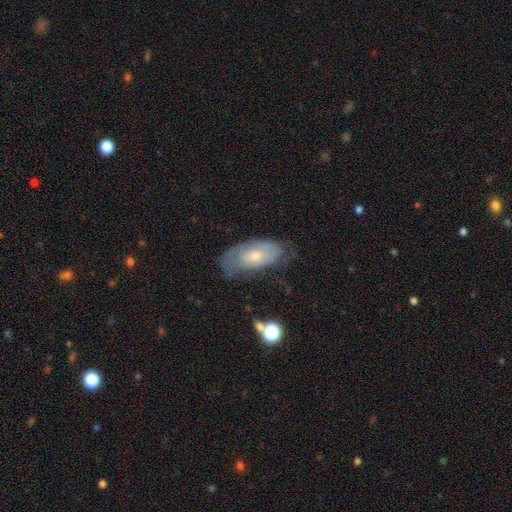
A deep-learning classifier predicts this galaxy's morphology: A featured or disk galaxy (49%).

Vote fractions:
- Smooth or featured? featured or disk: 49% / smooth: 44% / star or artifact: 8%
- Merging? none: 49% / minor disturbance: 32% / major disturbance: 17% / merger: 2%